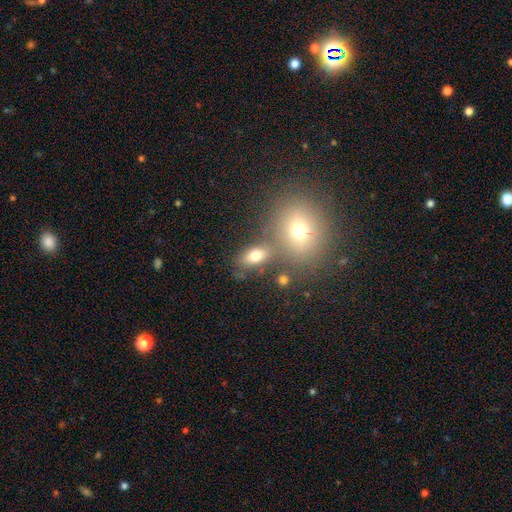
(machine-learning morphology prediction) A smooth galaxy with no disk features (74%) that is in between round and cigar-shaped (77%). Merging: none (62%).